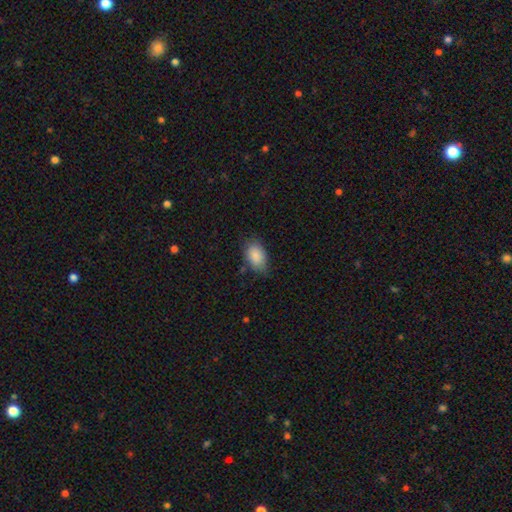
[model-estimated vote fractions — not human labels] Morphology: type=smooth (88%); roundness=in between (90%); merging=none (68%).